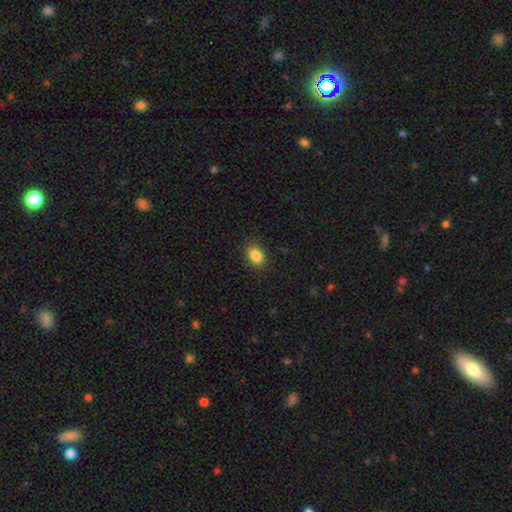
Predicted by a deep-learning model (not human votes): This appears to be a smooth galaxy with no disk features (86%) that is in between round and cigar-shaped (71%). Merging: none (88%).